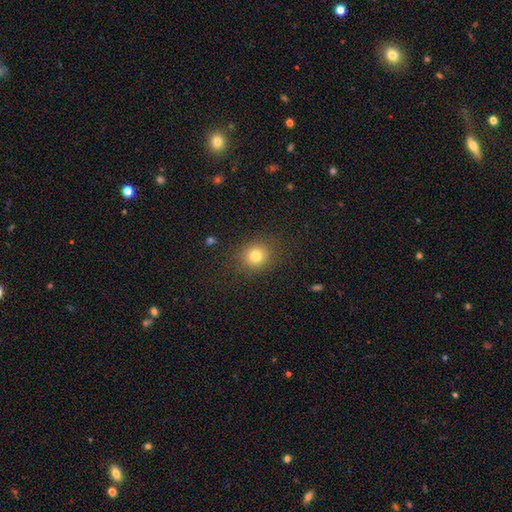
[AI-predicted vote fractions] smooth_or_featured: smooth (p=0.79) [alt: star or artifact p=0.13]
how_rounded: round (p=0.80) [alt: in between p=0.19]
merging: none (p=0.86) [alt: minor disturbance p=0.09]